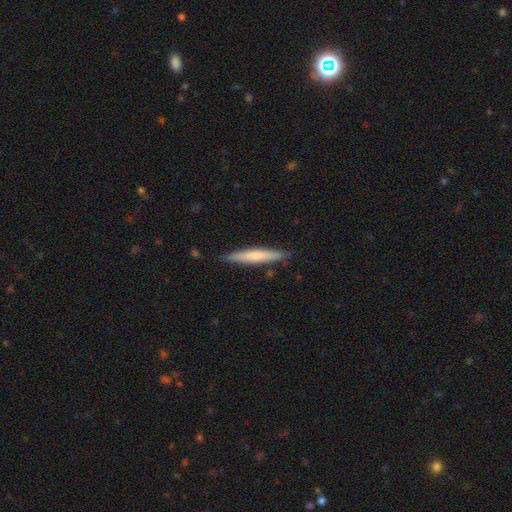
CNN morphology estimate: Overall: smooth (64%; featured or disk 31%). How rounded: cigar-shaped (94%). Merging: none (88%).